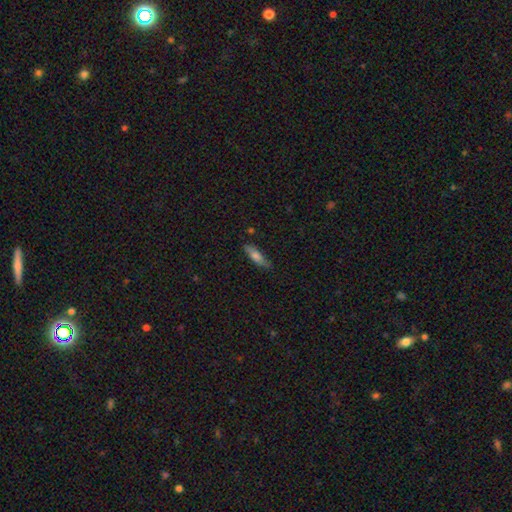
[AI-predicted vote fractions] Smooth or featured?
  - smooth: 65% *
  - featured or disk: 29%
  - star or artifact: 7%
How rounded?
  - cigar-shaped: 66% *
  - in between: 32%
  - round: 2%
Merging?
  - none: 81% *
  - minor disturbance: 15%
  - major disturbance: 3%
  - merger: 2%